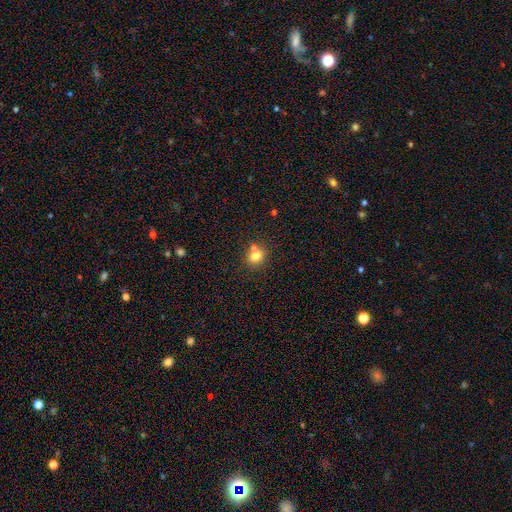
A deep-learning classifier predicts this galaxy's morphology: Smooth or featured? Predicted: smooth (p=0.78). How rounded? Predicted: round (p=0.75). Merging? Predicted: none (p=0.62).